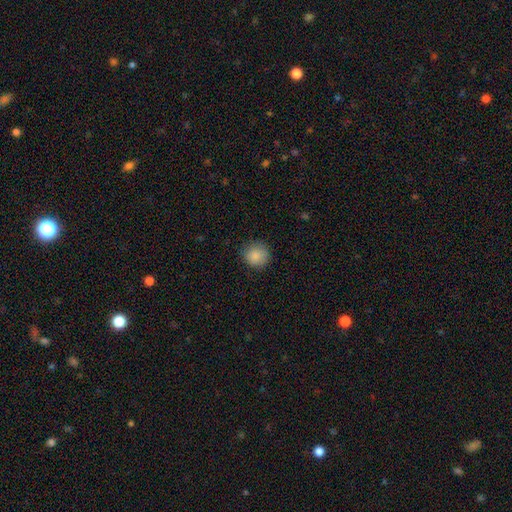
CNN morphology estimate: This is clearly a smooth galaxy (87%). How rounded: clearly round (93%). Merging: clearly none (86%).